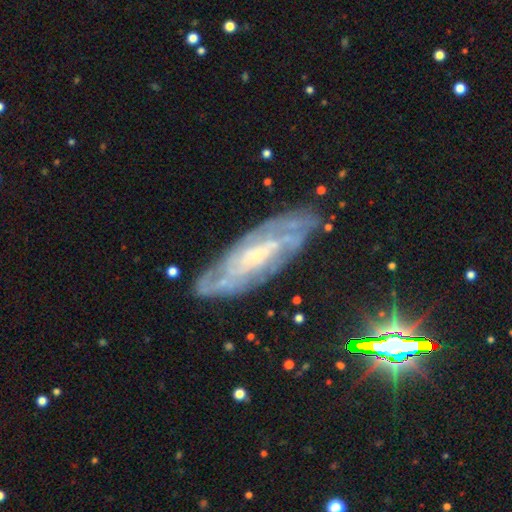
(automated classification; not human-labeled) Smooth or featured? featured or disk (78%)
Edge-on disk? no (82%)
Bar? no (52%)
Spiral arms? yes (90%)
Spiral winding? tight (67%)
Spiral arm count? can't tell (56%)
Bulge size? small (70%)
Merging? none (78%)